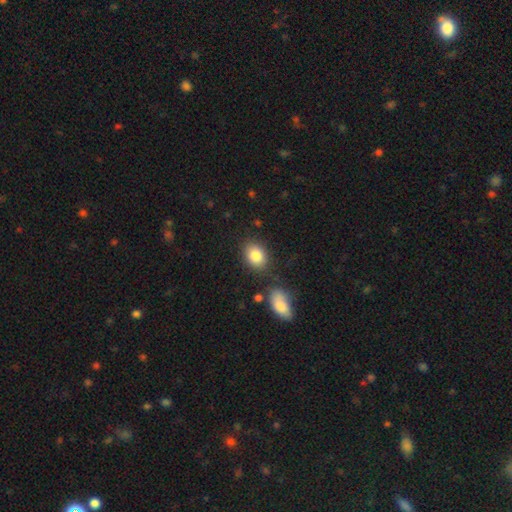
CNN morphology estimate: Smooth or featured?
  - smooth: 85% *
  - star or artifact: 8%
  - featured or disk: 7%
How rounded?
  - in between: 68% *
  - round: 31%
  - cigar-shaped: 1%
Merging?
  - none: 77% *
  - minor disturbance: 12%
  - merger: 7%
  - major disturbance: 4%